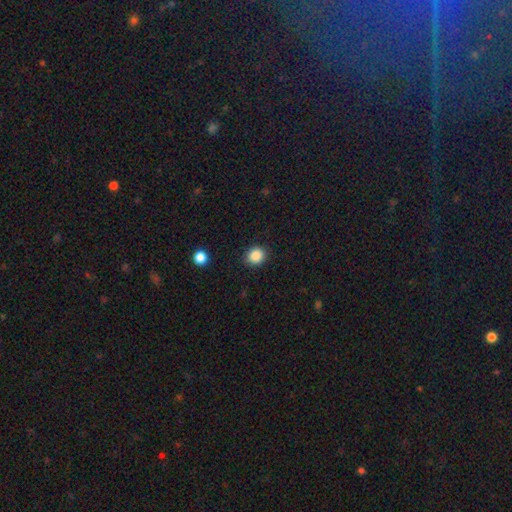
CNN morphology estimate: A smooth galaxy with no disk features (87%) that is round (78%). Merging: none (89%).